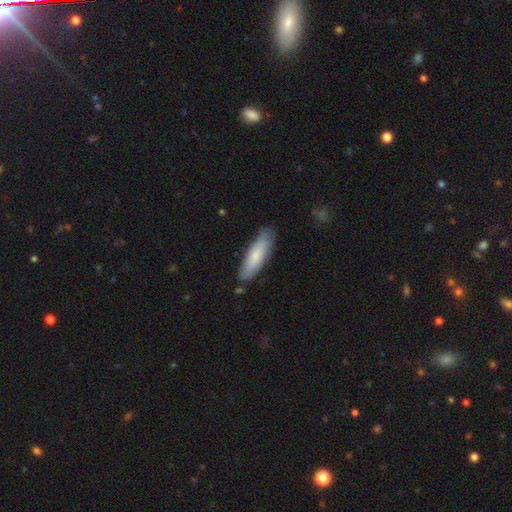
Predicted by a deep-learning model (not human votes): This is likely a smooth galaxy (77%). How rounded: possibly cigar-shaped (59%). Merging: clearly none (81%).